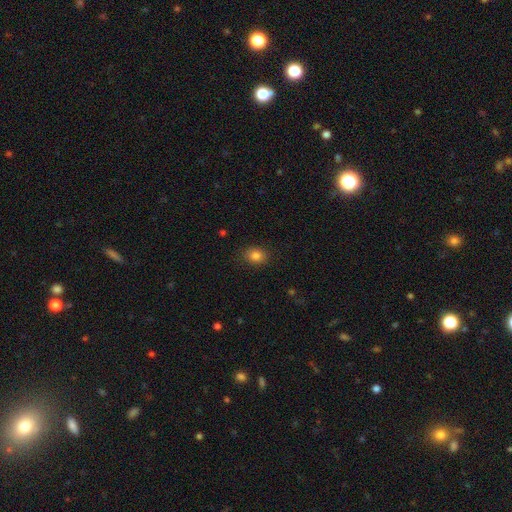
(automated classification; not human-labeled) Q: Smooth or featured?
A: smooth (83%); runner-up: star or artifact (12%)
Q: How rounded?
A: in between (55%); runner-up: round (44%)
Q: Merging?
A: none (87%); runner-up: minor disturbance (10%)